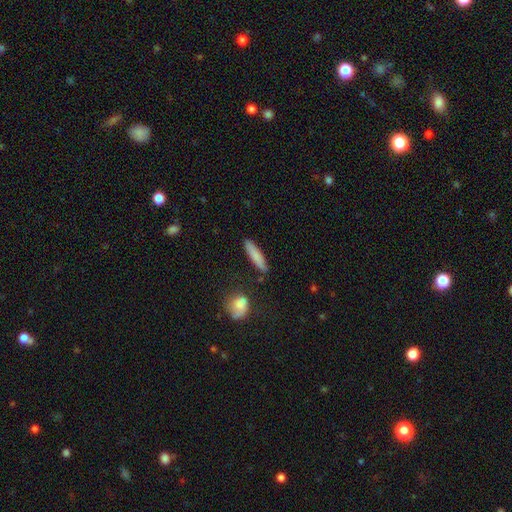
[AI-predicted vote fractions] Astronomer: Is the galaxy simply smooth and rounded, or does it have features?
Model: smooth — 79%.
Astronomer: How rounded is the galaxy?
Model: cigar-shaped — 80%.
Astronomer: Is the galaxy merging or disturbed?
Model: none — 83%.